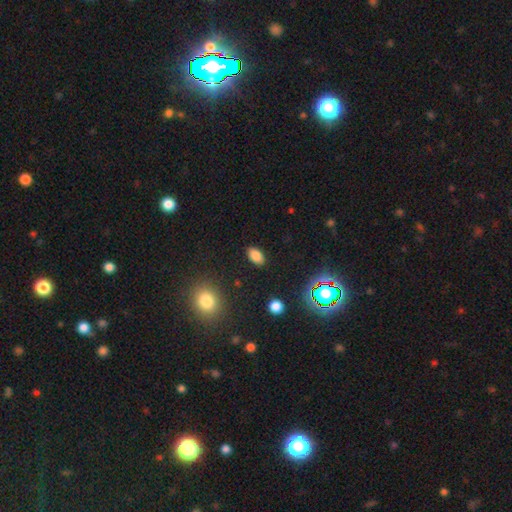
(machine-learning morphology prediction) smooth 82%, star or artifact 12%, featured or disk 6%. Down the decision tree: how rounded — in between (91%); merging — none (88%).